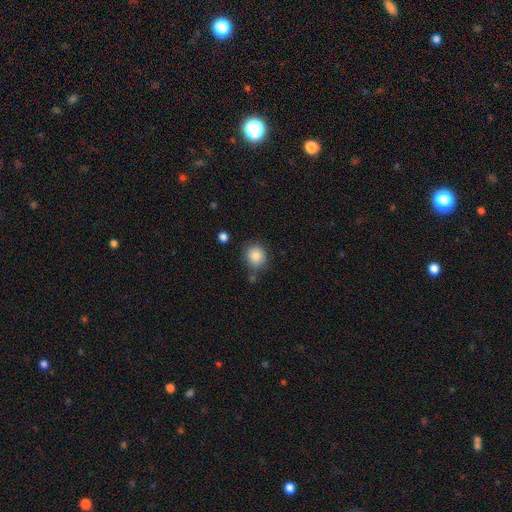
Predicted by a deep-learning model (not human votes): This is clearly a smooth galaxy (86%). How rounded: clearly round (80%). Merging: likely none (76%).